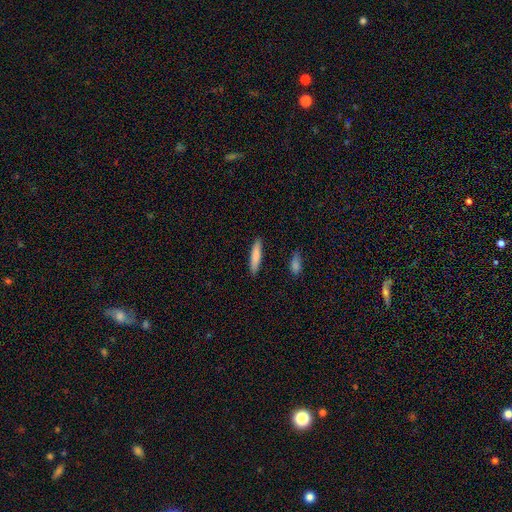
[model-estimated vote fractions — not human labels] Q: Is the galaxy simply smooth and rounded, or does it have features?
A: smooth — 82%.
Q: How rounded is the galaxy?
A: cigar-shaped — 84%.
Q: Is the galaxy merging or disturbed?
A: none — 88%.